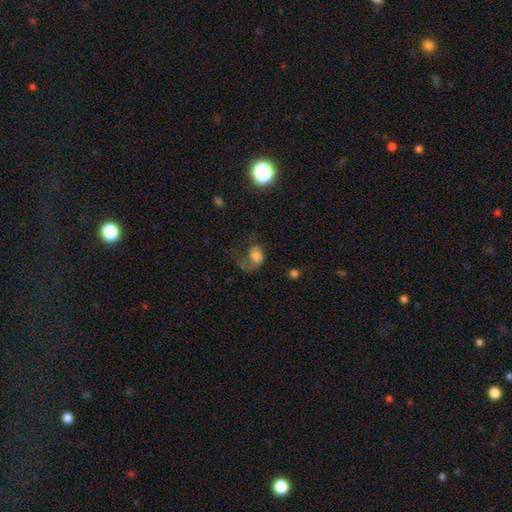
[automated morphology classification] type=smooth (46%); merging=major disturbance (58%).